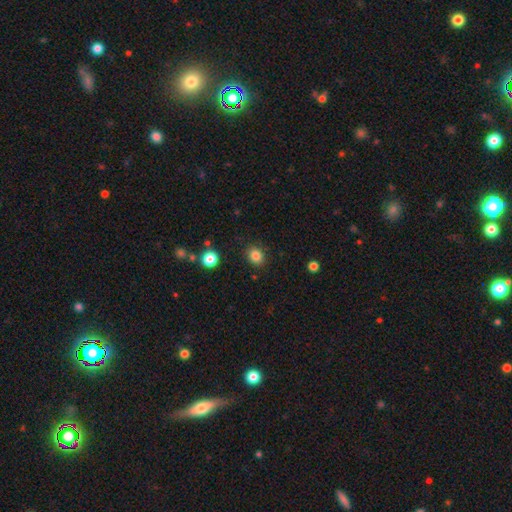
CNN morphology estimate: Smooth or featured? smooth (84%)
How rounded? round (68%)
Merging? none (87%)